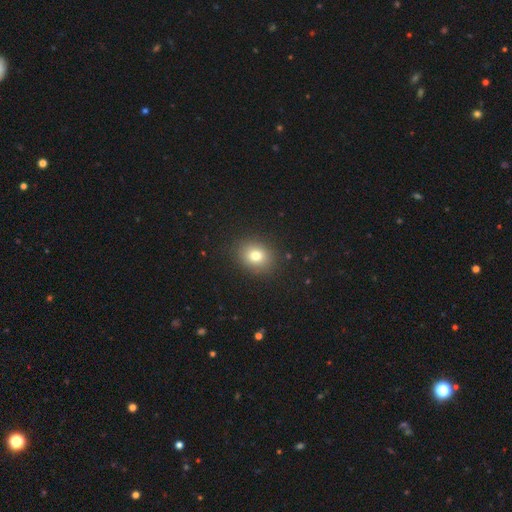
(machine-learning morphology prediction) Smooth or featured?
  - smooth: 77% *
  - star or artifact: 13%
  - featured or disk: 10%
How rounded?
  - round: 62% *
  - in between: 37%
  - cigar-shaped: 1%
Merging?
  - none: 88% *
  - minor disturbance: 8%
  - major disturbance: 3%
  - merger: 1%